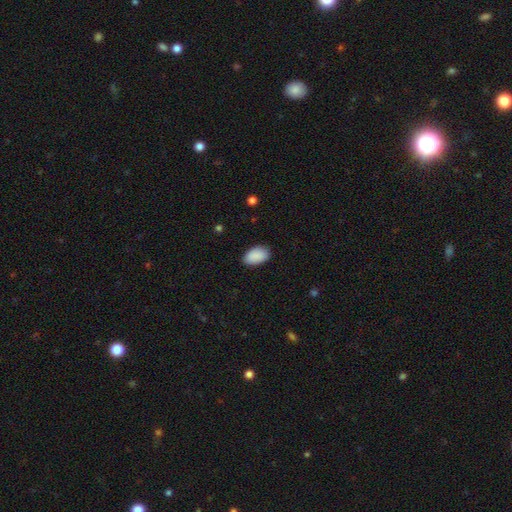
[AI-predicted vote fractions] smooth 91%, star or artifact 7%, featured or disk 3%. Down the decision tree: how rounded — in between (93%); merging — none (85%).